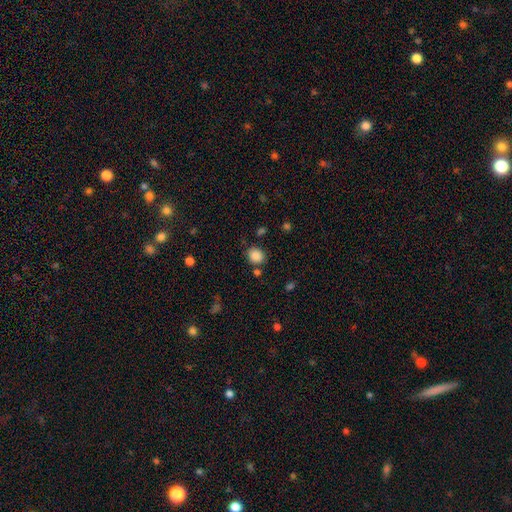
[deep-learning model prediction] The model was most divided on "how rounded": round: 67%, in between: 32%, cigar-shaped: 1%. More confident: smooth or featured — smooth (87%); merging — none (78%).